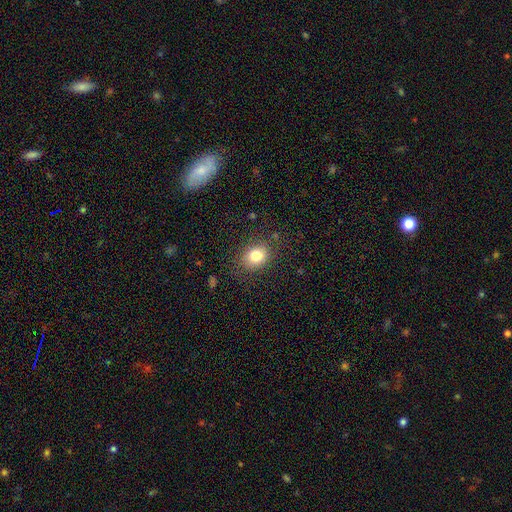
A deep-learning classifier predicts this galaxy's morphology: Smooth or featured?
  - smooth: 81% *
  - star or artifact: 10%
  - featured or disk: 9%
How rounded?
  - in between: 55% *
  - round: 44%
  - cigar-shaped: 1%
Merging?
  - none: 81% *
  - minor disturbance: 13%
  - major disturbance: 5%
  - merger: 1%